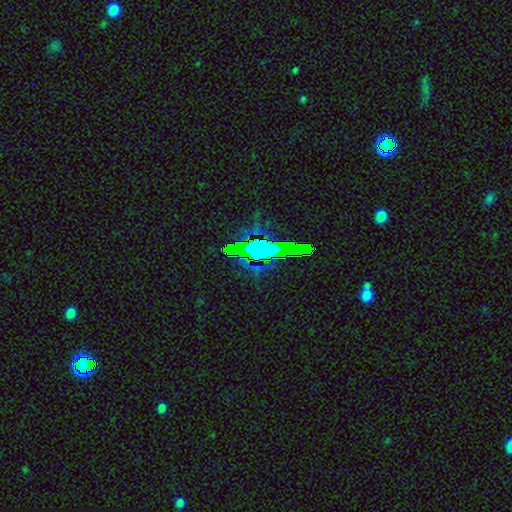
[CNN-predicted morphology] A star or artifact, not a galaxy (67%).